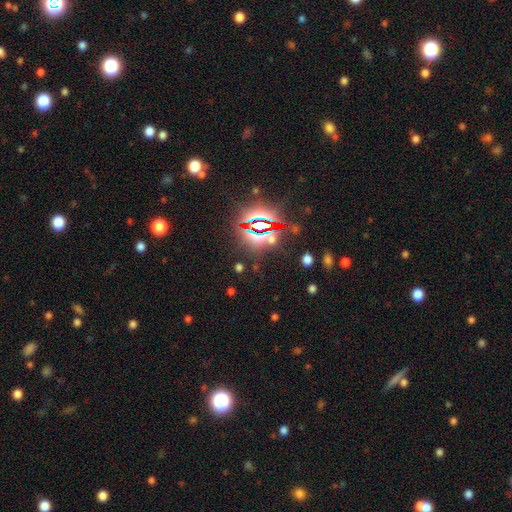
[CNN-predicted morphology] Overall: star or artifact (84%).